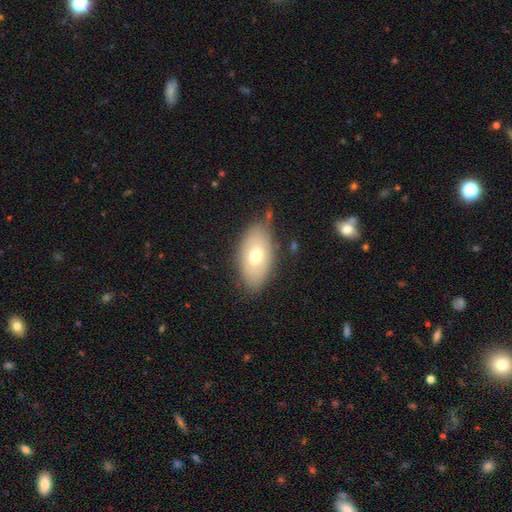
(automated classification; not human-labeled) A smooth galaxy with no disk features (67%) that is in between round and cigar-shaped (92%). Merging: none (73%).